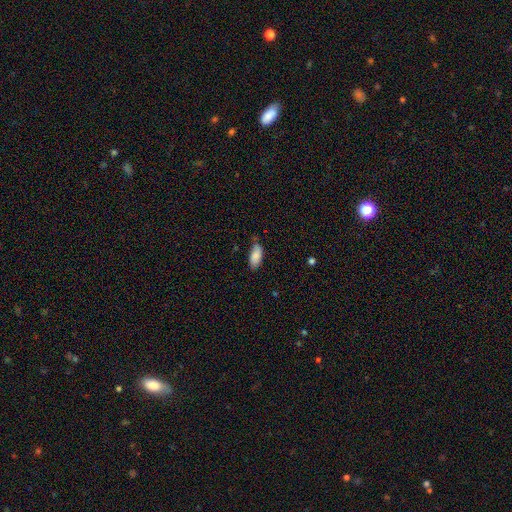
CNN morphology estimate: Q: Smooth or featured?
A: smooth (86%); runner-up: featured or disk (8%)
Q: How rounded?
A: in between (87%); runner-up: cigar-shaped (12%)
Q: Merging?
A: none (66%); runner-up: minor disturbance (27%)